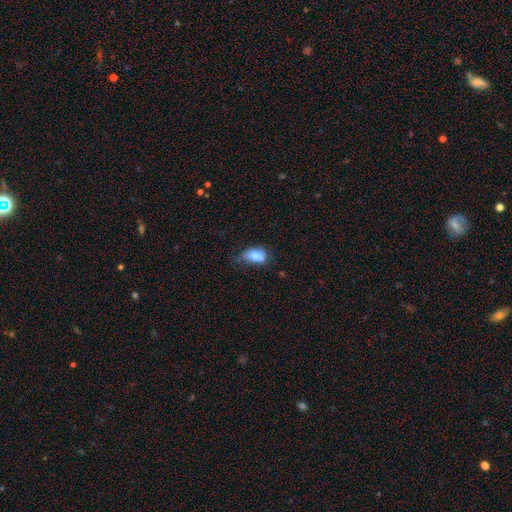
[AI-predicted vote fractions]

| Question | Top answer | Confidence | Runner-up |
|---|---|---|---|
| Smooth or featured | smooth | 79% | featured or disk (12%) |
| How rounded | in between | 89% | round (7%) |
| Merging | none | 44% | minor disturbance (38%) |